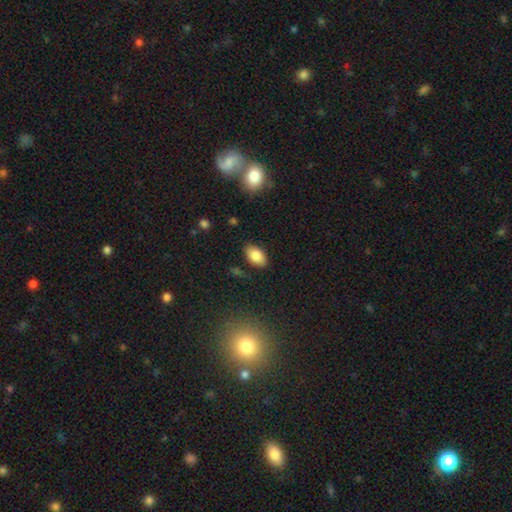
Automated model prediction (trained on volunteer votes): Smooth or featured: smooth — 84% (star or artifact — 8%)
How rounded: in between — 92% (round — 6%)
Merging: none — 83% (minor disturbance — 12%)